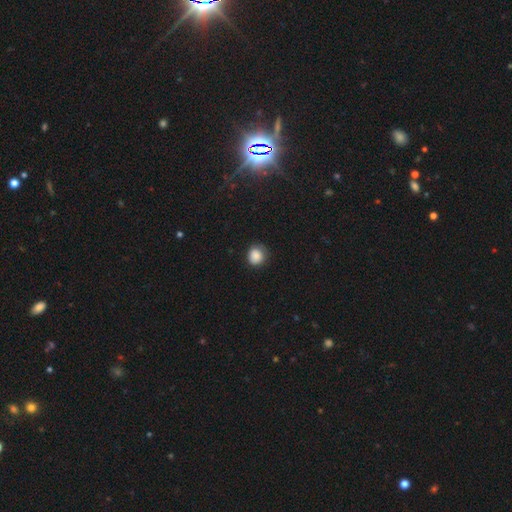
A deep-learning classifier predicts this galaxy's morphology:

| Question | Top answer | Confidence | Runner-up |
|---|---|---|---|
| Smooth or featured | smooth | 85% | star or artifact (9%) |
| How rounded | round | 83% | in between (16%) |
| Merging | none | 75% | minor disturbance (19%) |